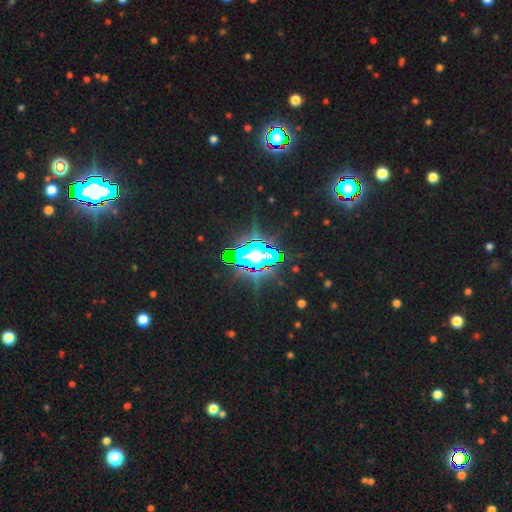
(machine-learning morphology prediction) A star or artifact, not a galaxy (67%).